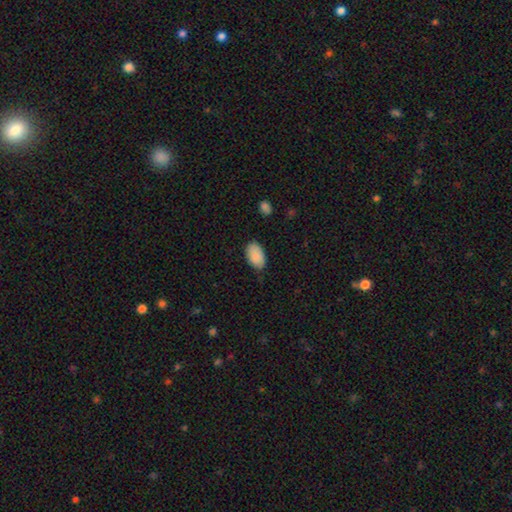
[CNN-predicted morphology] Overall: smooth (89%). How rounded: in between (94%). Merging: none (77%).